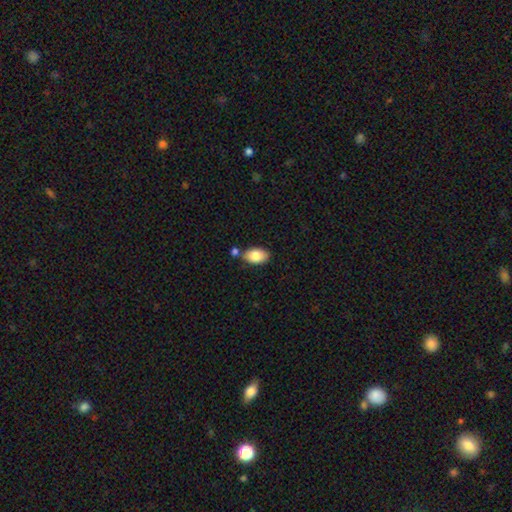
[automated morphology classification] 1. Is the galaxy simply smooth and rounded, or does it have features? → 83% smooth, 10% featured or disk, 7% star or artifact.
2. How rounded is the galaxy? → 91% in between, 8% round, 1% cigar-shaped.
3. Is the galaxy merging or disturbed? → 73% none, 12% minor disturbance, 12% merger, 3% major disturbance.